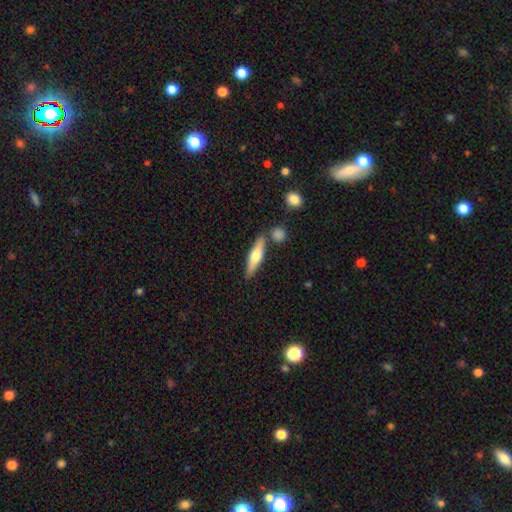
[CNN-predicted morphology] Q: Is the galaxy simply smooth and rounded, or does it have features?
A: featured or disk — 48%.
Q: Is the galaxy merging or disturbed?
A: none — 79%.